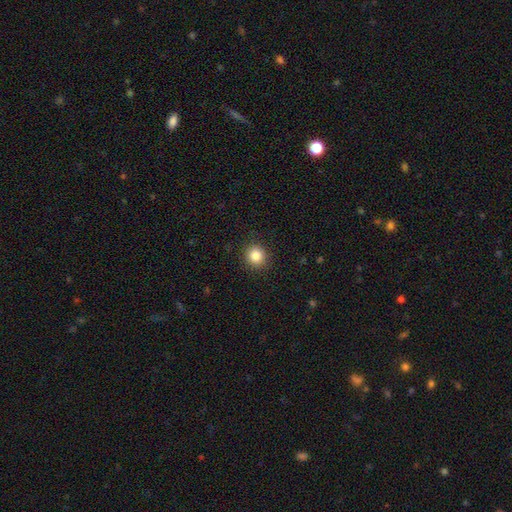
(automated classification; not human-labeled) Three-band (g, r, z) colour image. It shows a smooth galaxy with no disk features (85%) that is round (88%). Merging: none (91%).